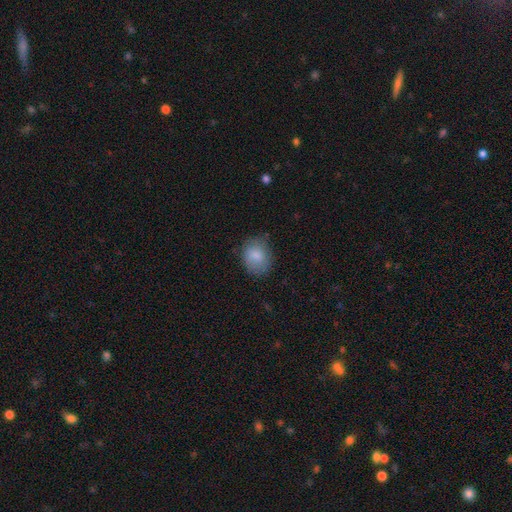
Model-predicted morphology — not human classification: This is clearly a smooth galaxy (82%). How rounded: possibly round (50%). Merging: likely none (73%).